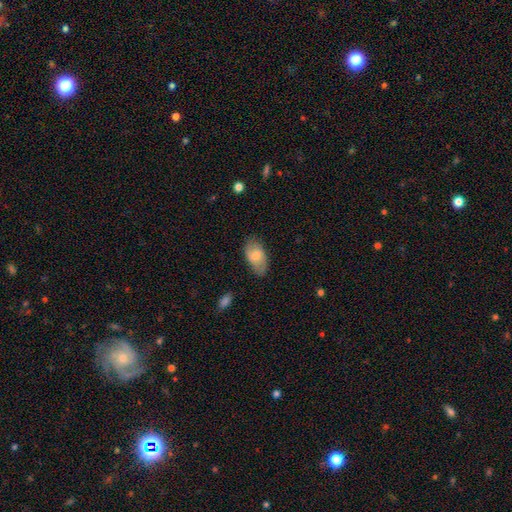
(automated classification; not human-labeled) Smooth or featured: smooth — 72% (featured or disk — 22%)
How rounded: in between — 94% (round — 4%)
Merging: none — 74% (minor disturbance — 21%)